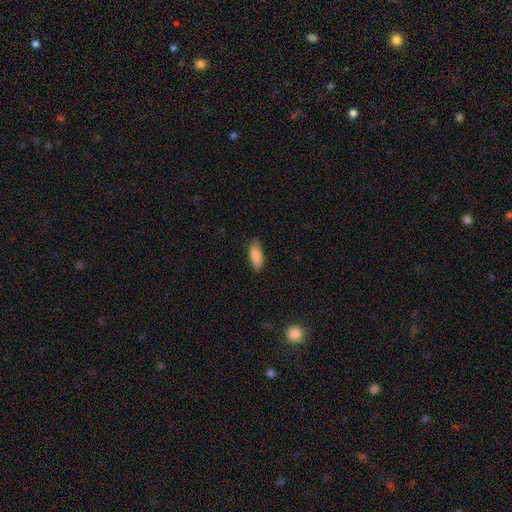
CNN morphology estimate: Overall: smooth (86%). How rounded: in between (72%). Merging: none (85%).